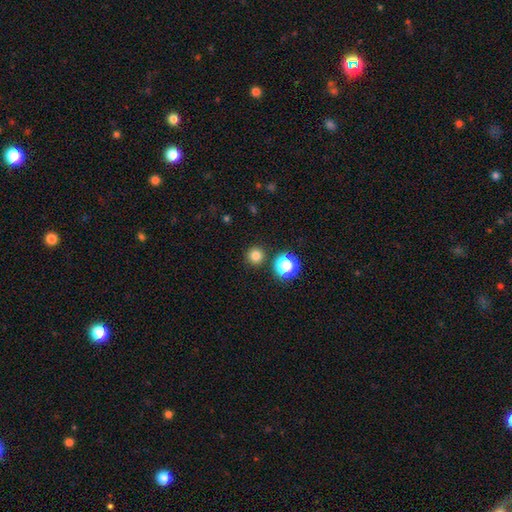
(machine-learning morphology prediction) This appears to be a smooth galaxy with no disk features (79%) that is round (95%). Merging: none (89%).